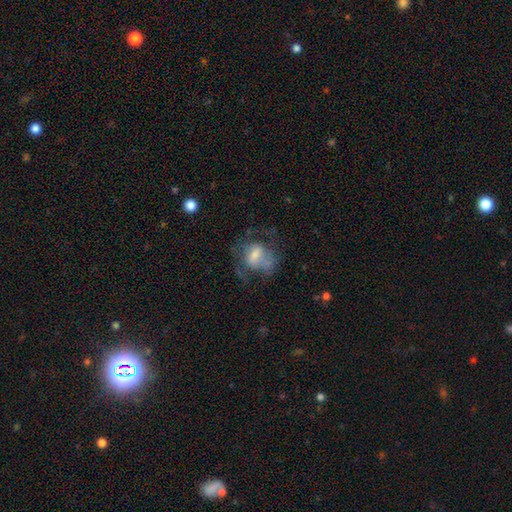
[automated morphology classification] A featured or disk galaxy (47%).

Vote fractions:
- Smooth or featured? featured or disk: 47% / smooth: 43% / star or artifact: 10%
- Merging? major disturbance: 37% (tied) / none: 37% (tied) / minor disturbance: 22% / merger: 3%